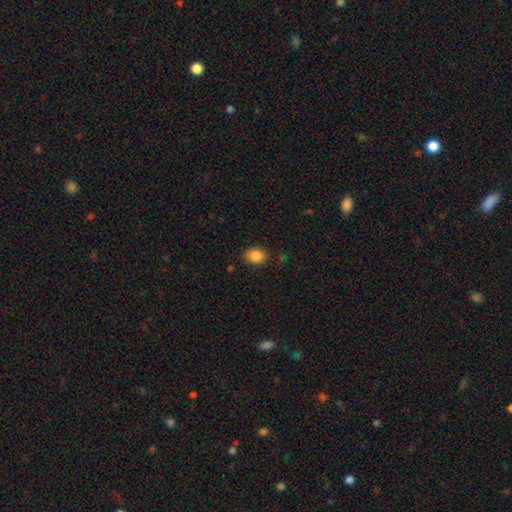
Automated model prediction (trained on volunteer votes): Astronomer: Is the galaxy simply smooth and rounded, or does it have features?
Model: smooth — 86%.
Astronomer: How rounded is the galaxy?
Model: in between — 66%.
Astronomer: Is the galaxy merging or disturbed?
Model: none — 86%.